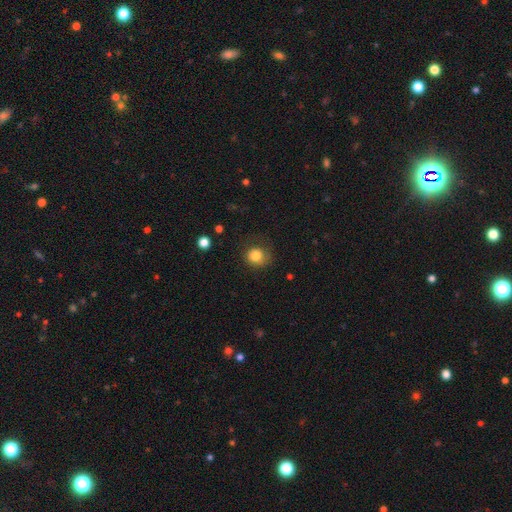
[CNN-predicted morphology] Smooth or featured? smooth (83%)
How rounded? round (85%)
Merging? none (68%)